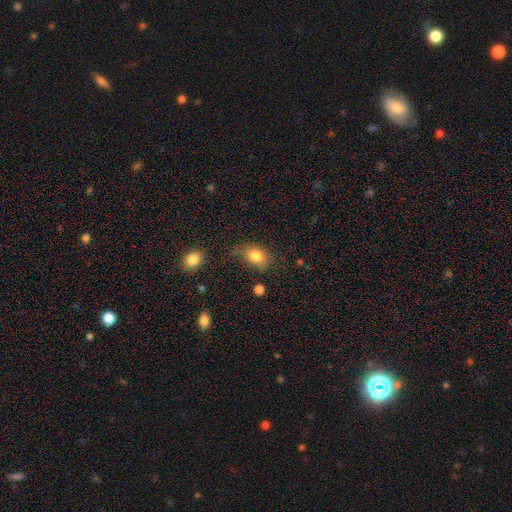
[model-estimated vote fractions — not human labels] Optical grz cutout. It shows a smooth galaxy with no disk features (82%) that is in between round and cigar-shaped (66%). Merging: none (61%).